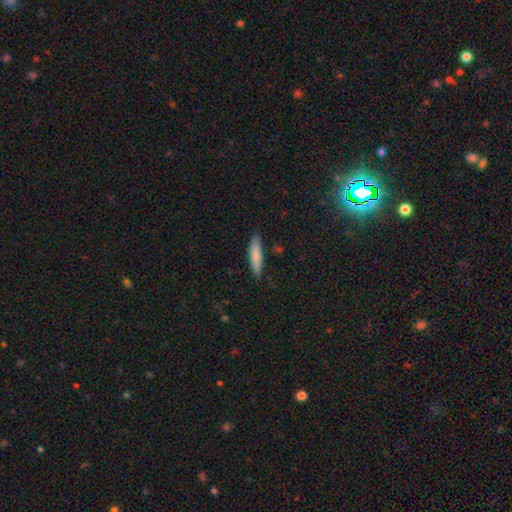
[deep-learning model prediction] This appears to be a smooth galaxy with no disk features (80%) that is cigar-shaped (80%). Merging: none (84%).